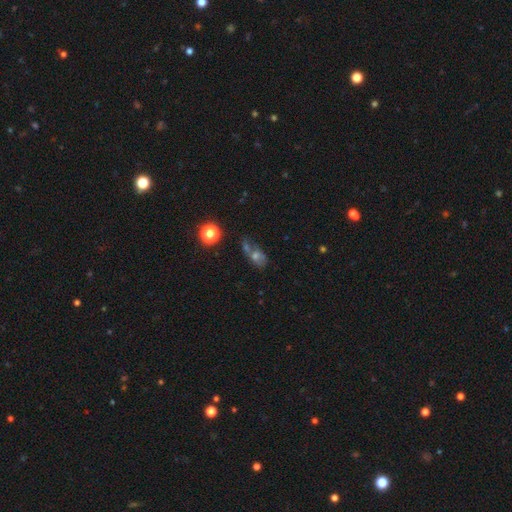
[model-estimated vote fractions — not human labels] Q: Smooth or featured?
A: smooth (44%); runner-up: featured or disk (31%)
Q: Merging?
A: none (37%); runner-up: merger (33%)